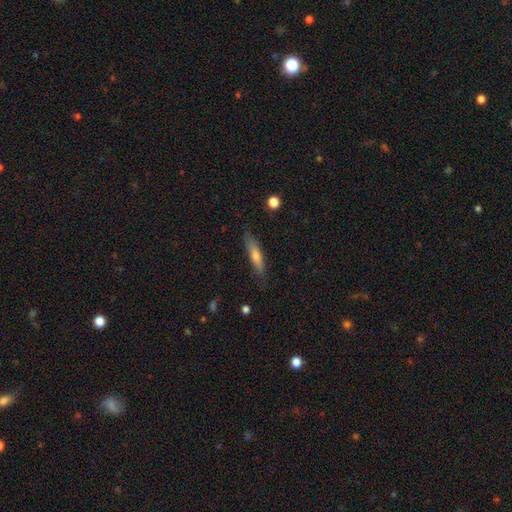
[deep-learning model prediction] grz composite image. It shows a smooth galaxy with no disk features (61%) that is cigar-shaped (84%). Merging: none (82%).